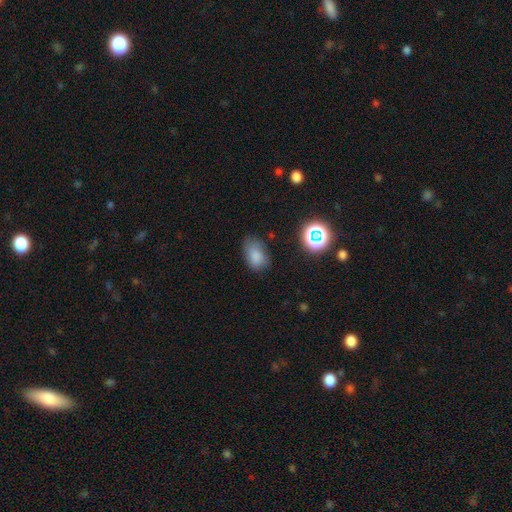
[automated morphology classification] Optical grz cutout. It shows a smooth galaxy with no disk features (79%) that is in between round and cigar-shaped (86%). Merging: none (65%).